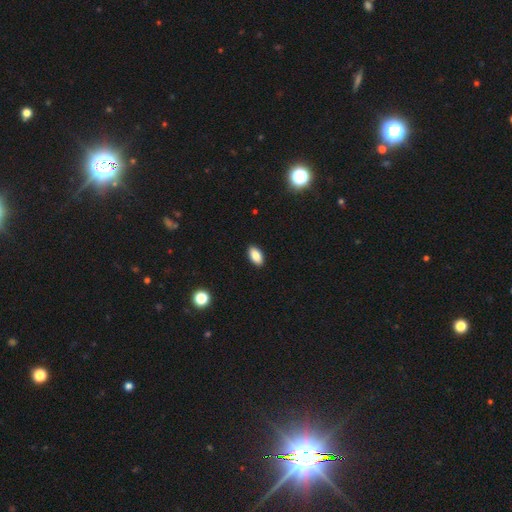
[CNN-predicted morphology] smooth 86%, star or artifact 8%, featured or disk 6%. Down the decision tree: how rounded — in between (92%); merging — none (91%).